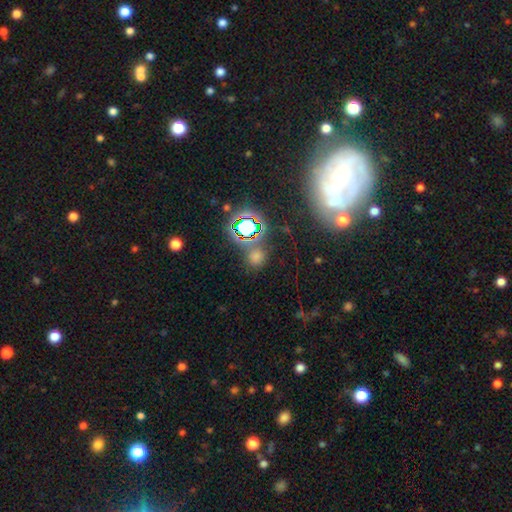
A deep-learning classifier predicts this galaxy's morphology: A star or artifact, not a galaxy (49%).

Vote fractions:
- Smooth or featured? star or artifact: 49% / smooth: 41% / featured or disk: 10%